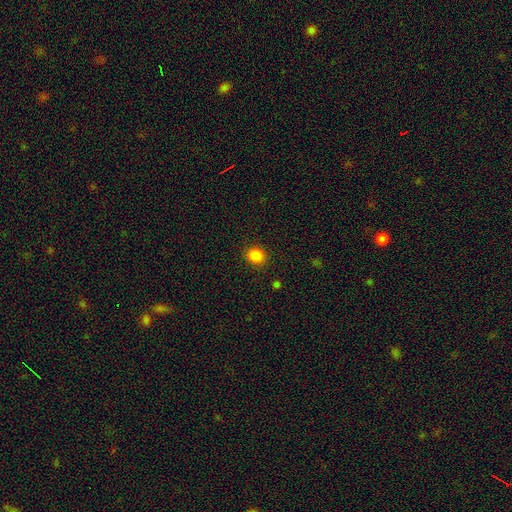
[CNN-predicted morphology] smooth 85%, star or artifact 11%, featured or disk 4%. Down the decision tree: how rounded — round (74%); merging — none (90%).